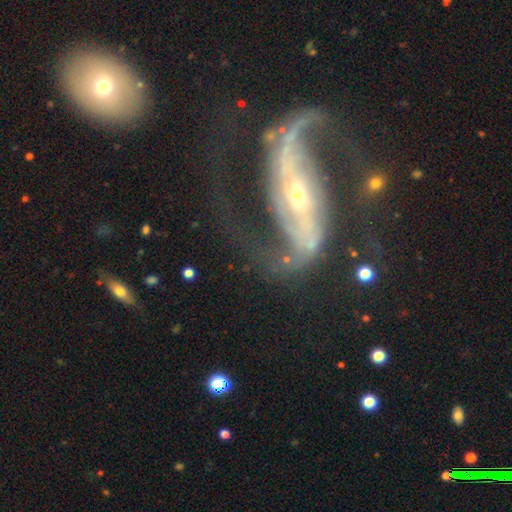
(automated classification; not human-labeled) Smooth or featured: featured or disk — 91% (star or artifact — 5%)
Edge-on disk: no — 95% (yes — 5%)
Bar: strong — 58% (weak — 24%)
Spiral arms: yes — 97% (no — 3%)
Spiral winding: loose — 61% (medium — 31%)
Spiral arm count: 2 — 93% (1 — 2%)
Bulge size: small — 64% (moderate — 31%)
Merging: none — 62% (major disturbance — 19%)